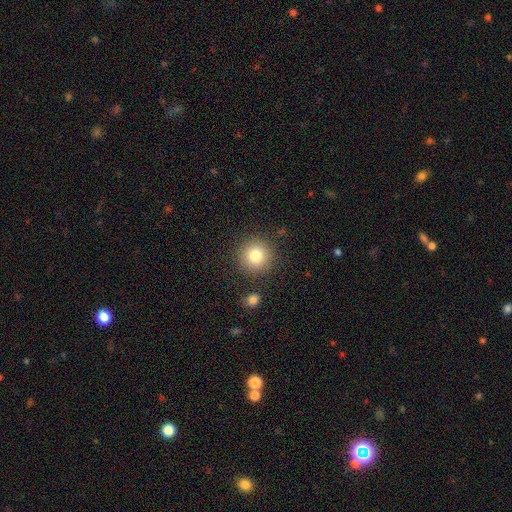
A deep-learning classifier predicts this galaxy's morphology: type=smooth (82%); roundness=round (95%); merging=none (86%).